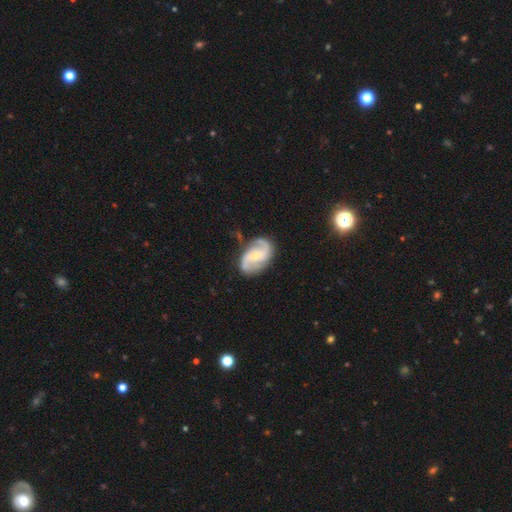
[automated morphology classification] type=featured or disk (86%); edge-on=no (97%); bar=weak (45%); spiral arms=yes (96%); winding=medium (46%); arm count=2 (90%); bulge=small (59%); merging=none (77%).